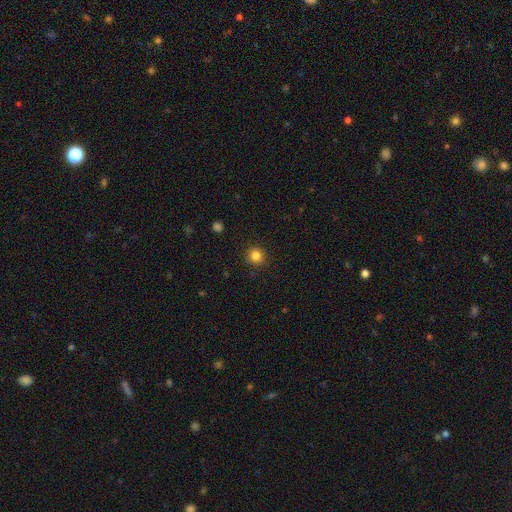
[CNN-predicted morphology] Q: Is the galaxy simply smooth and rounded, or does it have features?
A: smooth — 83%.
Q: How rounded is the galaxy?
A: round — 95%.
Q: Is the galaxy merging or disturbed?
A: none — 92%.